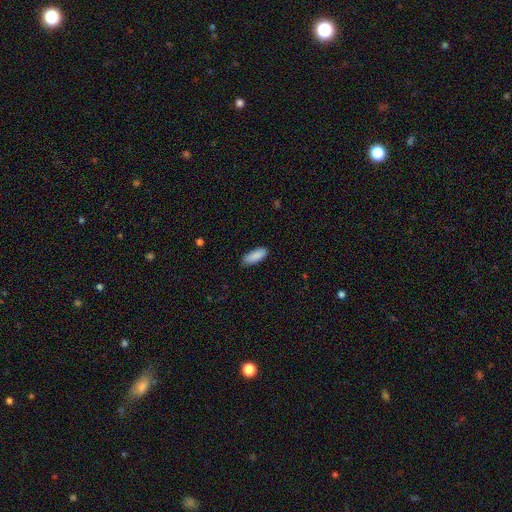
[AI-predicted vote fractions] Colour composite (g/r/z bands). It shows a smooth galaxy with no disk features (90%) that is in between round and cigar-shaped (74%). Merging: none (87%).